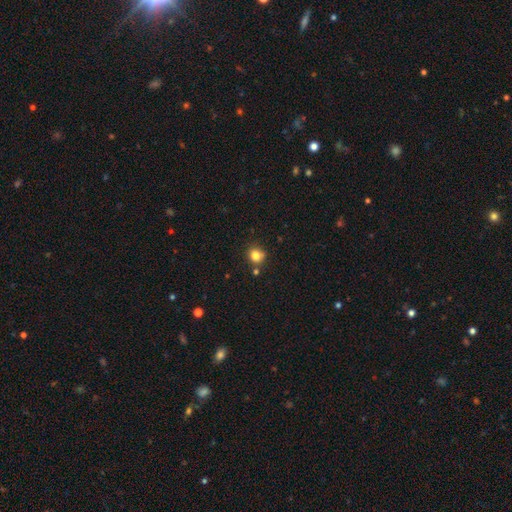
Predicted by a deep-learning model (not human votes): This appears to be a smooth galaxy with no disk features (81%) that is round (83%). Merging: none (74%).